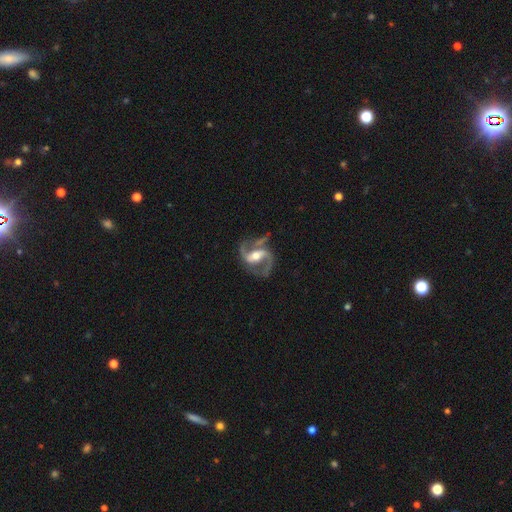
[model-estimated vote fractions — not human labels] This appears to be a featured or disk galaxy (92%) with a strong bar (44%), 2 (89%) medium (56%) spiral arms (97%) and a moderate central bulge (68%). Merging: none (67%).